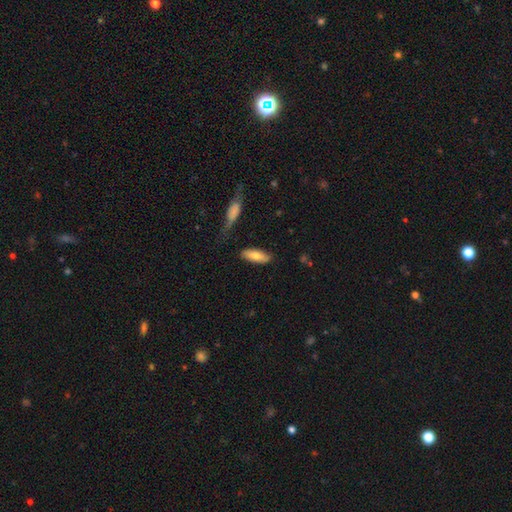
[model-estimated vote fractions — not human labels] smooth 75%, featured or disk 19%, star or artifact 6%. Down the decision tree: how rounded — in between (69%); merging — none (79%).